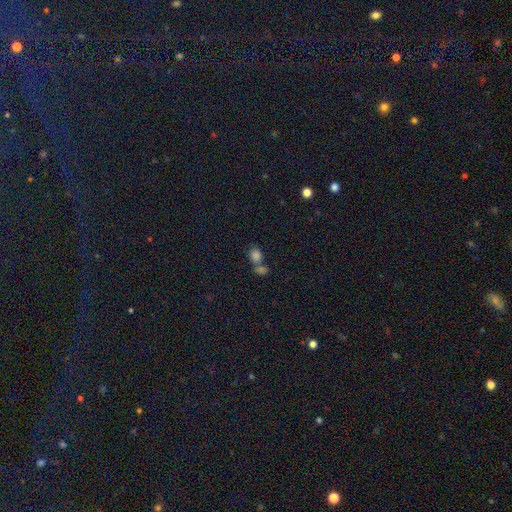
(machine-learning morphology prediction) A smooth galaxy with no disk features (77%) that is in between round and cigar-shaped (51%).

Vote fractions:
- Smooth or featured? smooth: 77% / star or artifact: 15% / featured or disk: 7%
- How rounded? in between: 51% / round: 47% / cigar-shaped: 2%
- Merging? merger: 51% / none: 37% / minor disturbance: 8% / major disturbance: 4%